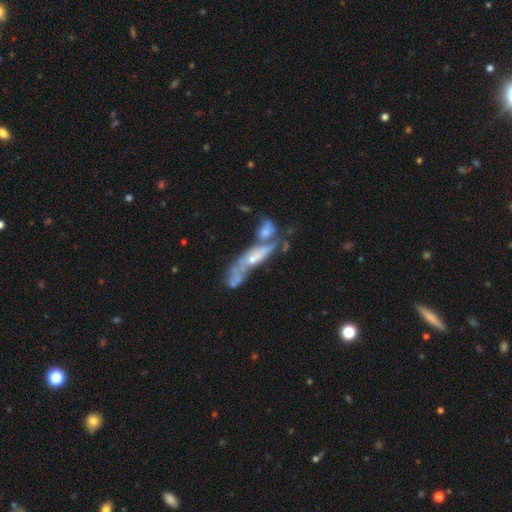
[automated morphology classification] smooth-or-featured: featured or disk: 62% | smooth: 28% | star or artifact: 11%
  disk-edge-on: no: 71% | yes: 29%
  merging: merger: 53% | none: 20% | major disturbance: 16% | minor disturbance: 11%